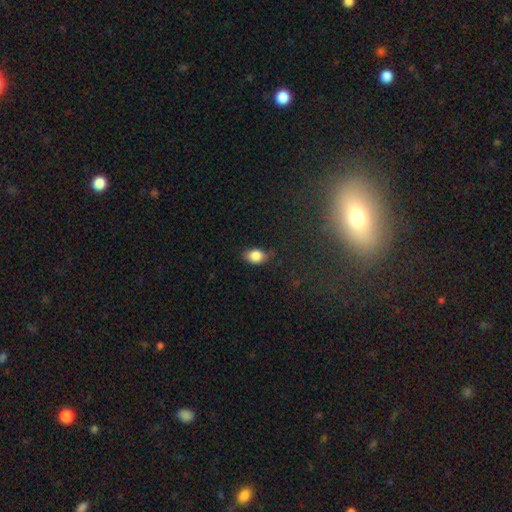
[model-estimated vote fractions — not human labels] A smooth galaxy with no disk features (85%) that is in between round and cigar-shaped (81%). Merging: none (75%).